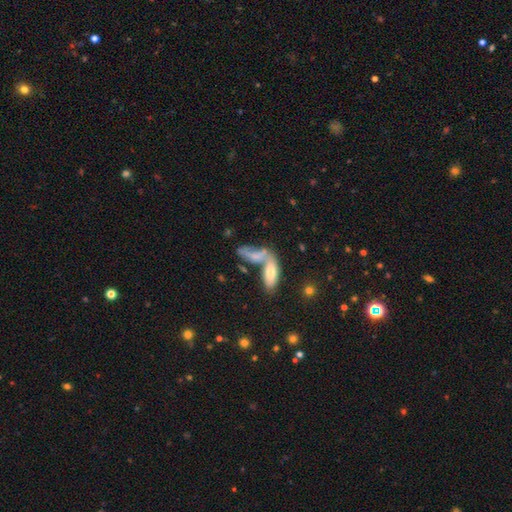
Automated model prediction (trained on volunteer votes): Smooth or featured? Predicted: smooth (p=0.57). How rounded? Predicted: in between (p=0.65). Merging? Predicted: merger (p=0.57).